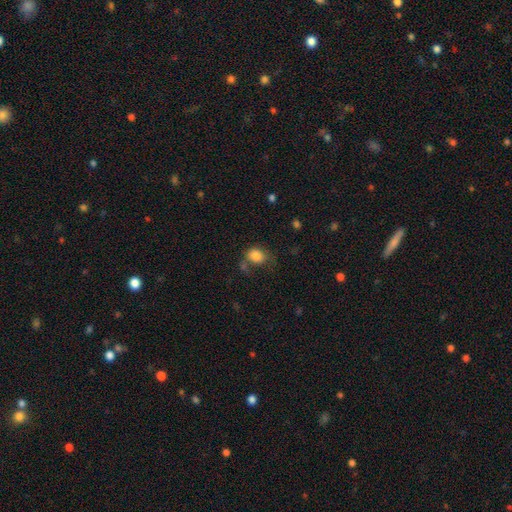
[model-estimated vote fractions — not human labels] Smooth or featured? smooth (82%)
How rounded? in between (61%)
Merging? none (44%)